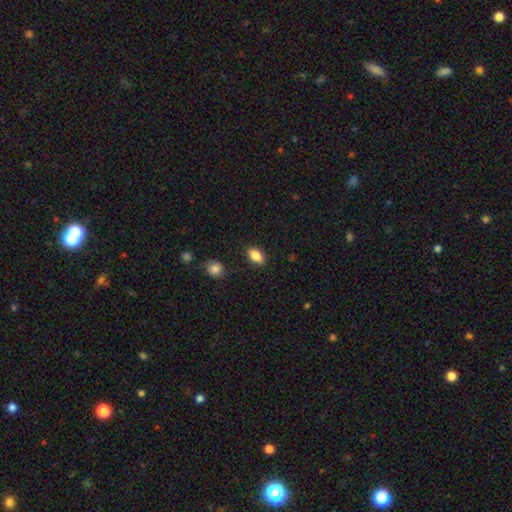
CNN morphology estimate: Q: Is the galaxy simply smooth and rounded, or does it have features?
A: smooth — 86%.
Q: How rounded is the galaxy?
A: in between — 89%.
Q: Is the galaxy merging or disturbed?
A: none — 85%.